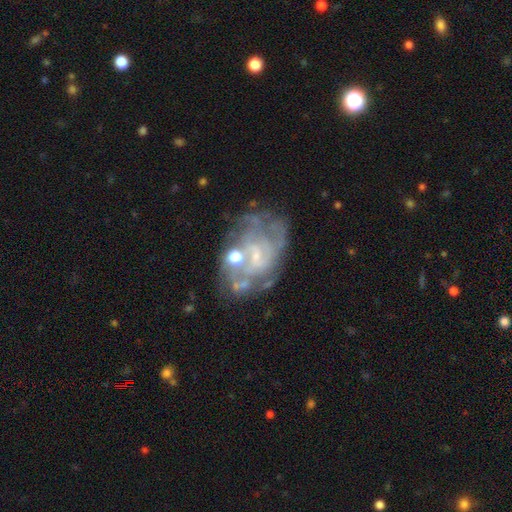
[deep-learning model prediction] A featured or disk galaxy (77%) with no bar (52%), tight (46%) spiral arms (68%) and a small central bulge (54%). Merging: none (52%).